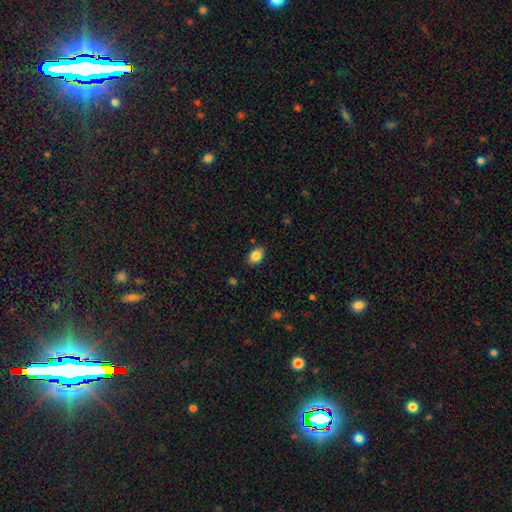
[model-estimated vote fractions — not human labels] Smooth or featured?
  - smooth: 86% *
  - star or artifact: 8%
  - featured or disk: 6%
How rounded?
  - in between: 85% *
  - round: 13%
  - cigar-shaped: 1%
Merging?
  - none: 86% *
  - minor disturbance: 10%
  - major disturbance: 2%
  - merger: 1%